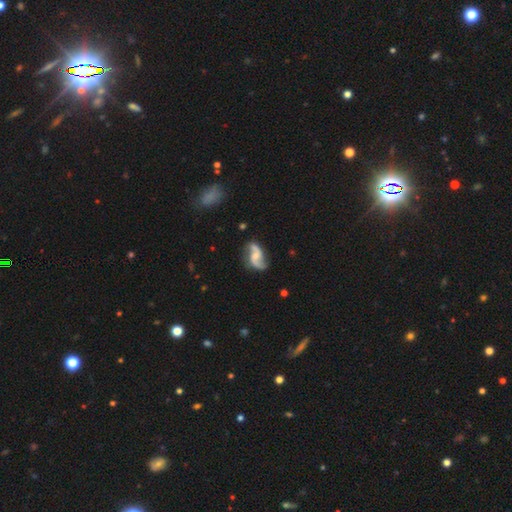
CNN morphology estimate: smooth_or_featured: featured or disk (p=0.88) [alt: smooth p=0.07]
disk_edge_on: no (p=0.98) [alt: yes p=0.02]
bar: no (p=0.46) [alt: weak p=0.41]
has_spiral_arms: yes (p=0.97) [alt: no p=0.03]
spiral_winding: loose (p=0.68) [alt: medium p=0.26]
spiral_arm_count: 2 (p=0.93) [alt: can't tell p=0.02]
bulge_size: small (p=0.46) [alt: moderate p=0.38]
merging: none (p=0.76) [alt: minor disturbance p=0.16]